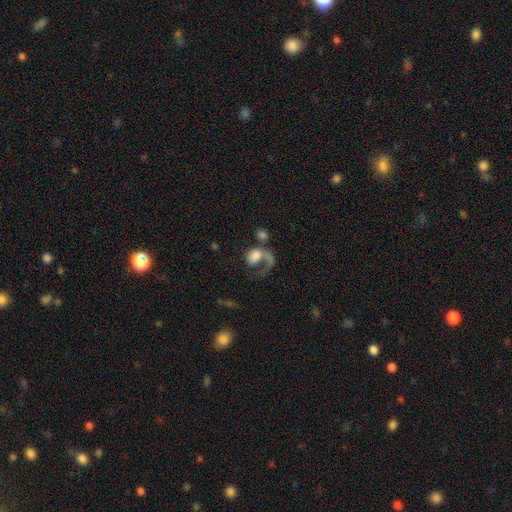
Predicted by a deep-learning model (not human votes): smooth 48%, featured or disk 42%, star or artifact 10%. Down the decision tree: merging — major disturbance (42%).